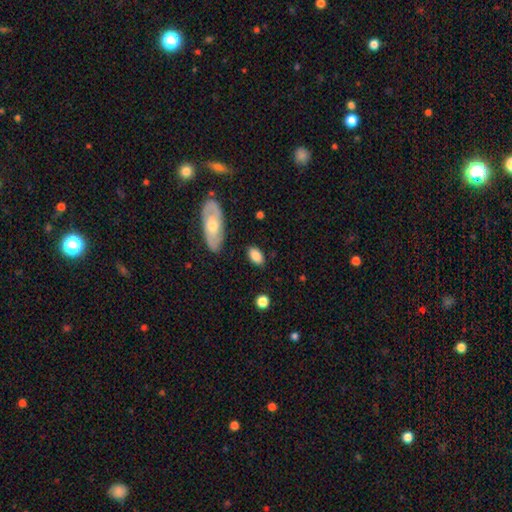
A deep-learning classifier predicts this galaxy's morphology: Q: Smooth or featured?
A: smooth (83%); runner-up: featured or disk (10%)
Q: How rounded?
A: in between (91%); runner-up: round (6%)
Q: Merging?
A: none (81%); runner-up: minor disturbance (13%)